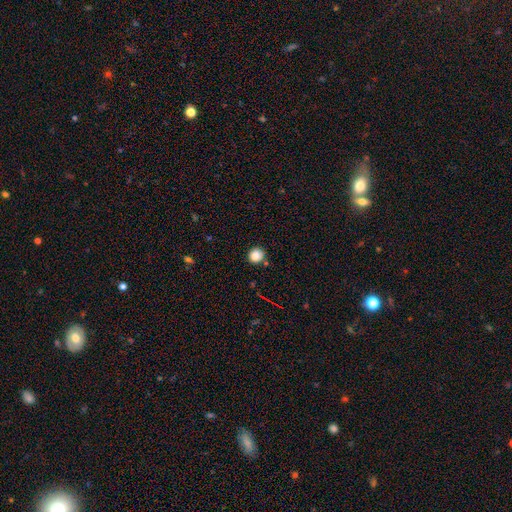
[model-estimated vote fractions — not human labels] This appears to be a smooth galaxy with no disk features (83%) that is round (83%). Merging: none (79%).